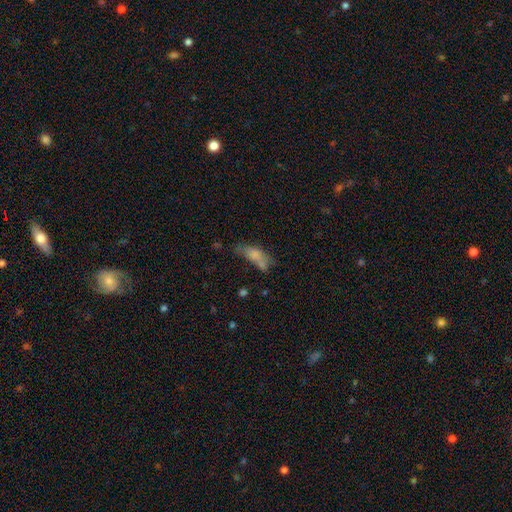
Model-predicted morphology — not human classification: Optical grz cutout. It shows a smooth galaxy with no disk features (69%) that is in between round and cigar-shaped (71%). Merging: none (32%).